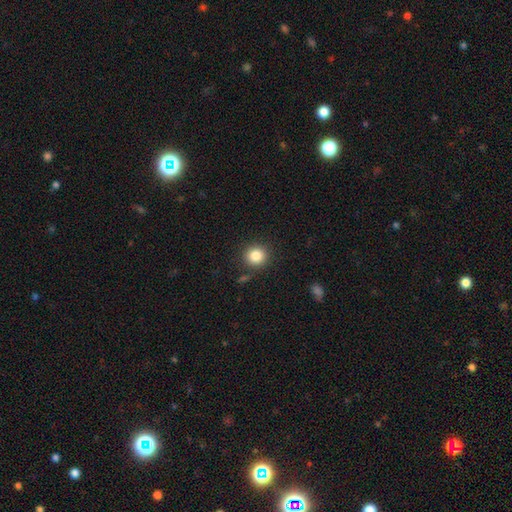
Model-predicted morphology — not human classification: The model was most divided on "smooth or featured": smooth: 84%, star or artifact: 10%, featured or disk: 5%. More confident: how rounded — round (90%); merging — none (87%).